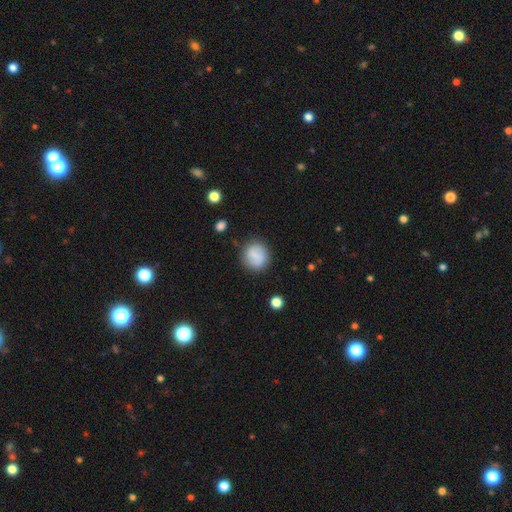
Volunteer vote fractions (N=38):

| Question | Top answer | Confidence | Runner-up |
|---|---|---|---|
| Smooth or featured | smooth | 71% | featured or disk (29%) |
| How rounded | round | 74% | in between (26%) |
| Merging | none | 76% | minor disturbance (18%) |